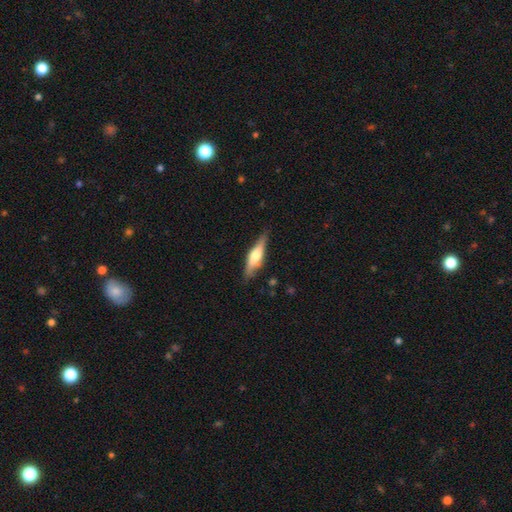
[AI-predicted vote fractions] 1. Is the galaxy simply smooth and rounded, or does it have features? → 54% featured or disk, 40% smooth, 6% star or artifact.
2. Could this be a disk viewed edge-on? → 91% yes, 9% no.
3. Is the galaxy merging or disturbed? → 79% none, 16% minor disturbance, 3% major disturbance, 2% merger.